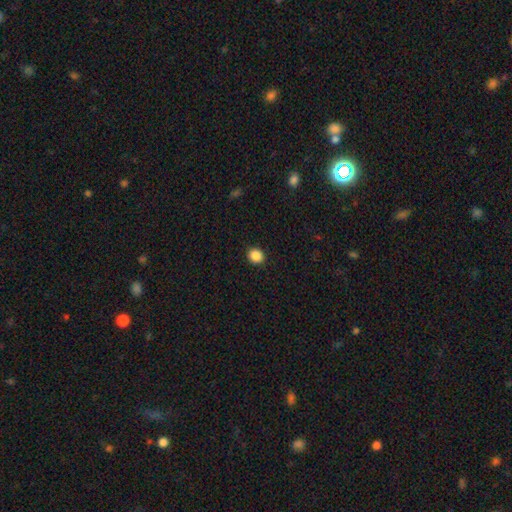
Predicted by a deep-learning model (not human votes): Morphology: type=smooth (88%); roundness=round (78%); merging=none (92%).